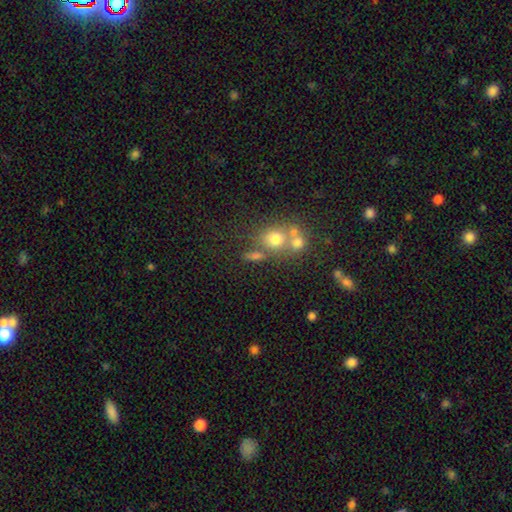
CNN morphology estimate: The model was most divided on "merging": none: 49%, merger: 34%, minor disturbance: 11%, major disturbance: 6%. More confident: smooth or featured — smooth (65%); how rounded — round (62%).